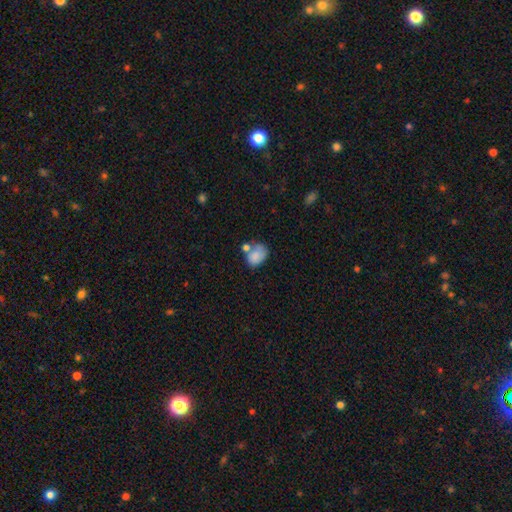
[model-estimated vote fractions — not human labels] A smooth galaxy with no disk features (81%) that is in between round and cigar-shaped (67%).

Vote fractions:
- Smooth or featured? smooth: 81% / featured or disk: 11% / star or artifact: 9%
- How rounded? in between: 67% / round: 32% / cigar-shaped: 1%
- Merging? none: 39% / merger: 31% / minor disturbance: 20% / major disturbance: 10%